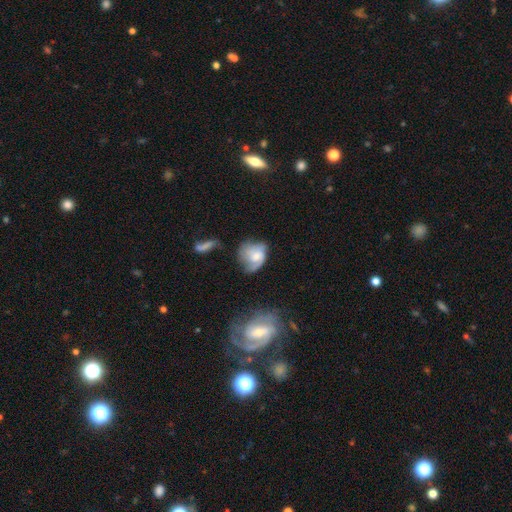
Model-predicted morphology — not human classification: This appears to be a featured or disk galaxy (46%). Merging: none (40%).